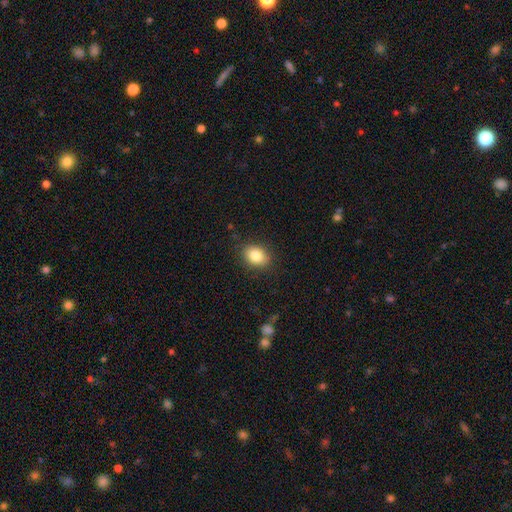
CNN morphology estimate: Overall: smooth (84%). How rounded: in between (68%; round 31%). Merging: none (87%).